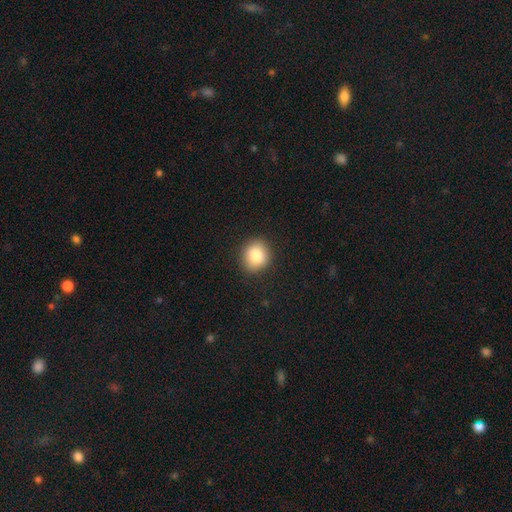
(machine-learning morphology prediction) A smooth galaxy with no disk features (84%) that is round (74%). Merging: none (88%).